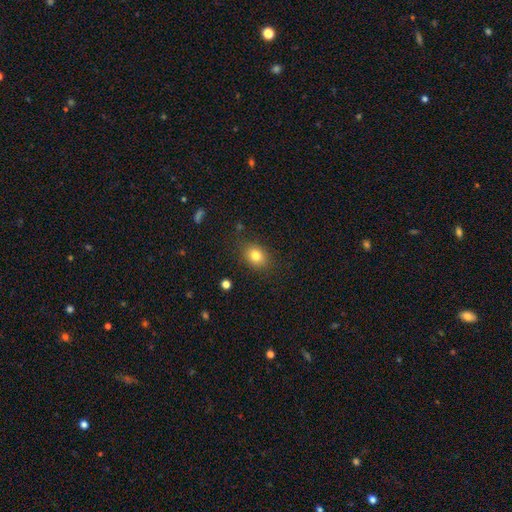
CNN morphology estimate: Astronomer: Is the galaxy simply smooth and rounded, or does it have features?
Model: smooth — 81%.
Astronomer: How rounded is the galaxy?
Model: in between — 53% (runner-up: round, 46%).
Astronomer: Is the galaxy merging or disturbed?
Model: none — 84%.